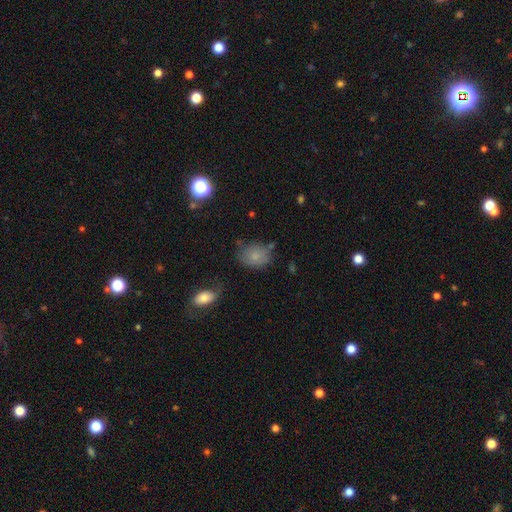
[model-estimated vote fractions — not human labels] Morphology: type=smooth (77%); roundness=in between (60%); merging=none (57%).